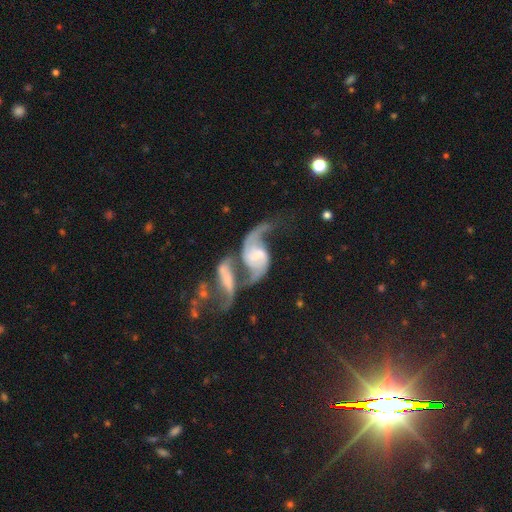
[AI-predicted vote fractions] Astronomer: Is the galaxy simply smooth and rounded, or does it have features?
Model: featured or disk — 87%.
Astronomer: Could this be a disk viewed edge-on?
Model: no — 97%.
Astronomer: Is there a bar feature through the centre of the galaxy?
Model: weak — 42% (runner-up: no, 36%).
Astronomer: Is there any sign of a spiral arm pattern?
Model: yes — 95%.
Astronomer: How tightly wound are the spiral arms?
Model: loose — 76%.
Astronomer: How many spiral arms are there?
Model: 2 — 91%.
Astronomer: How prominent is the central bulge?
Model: none — 38% (runner-up: small, 25%).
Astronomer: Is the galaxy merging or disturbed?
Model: merger — 55%.